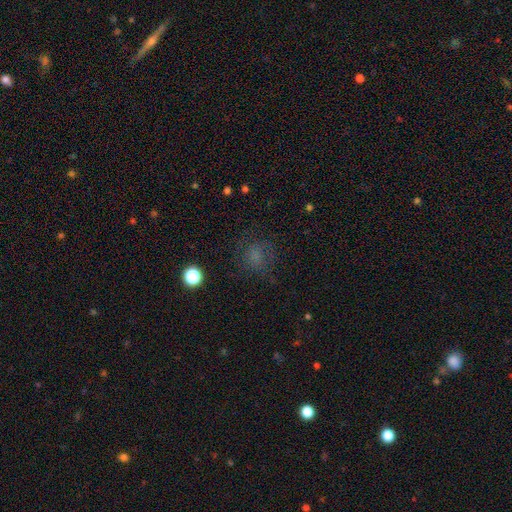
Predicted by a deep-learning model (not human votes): smooth-or-featured: smooth: 60% | star or artifact: 23% | featured or disk: 18%
  how-rounded: round: 78% | in between: 21% | cigar-shaped: 1%
  merging: none: 67% | minor disturbance: 17% | major disturbance: 14% | merger: 2%